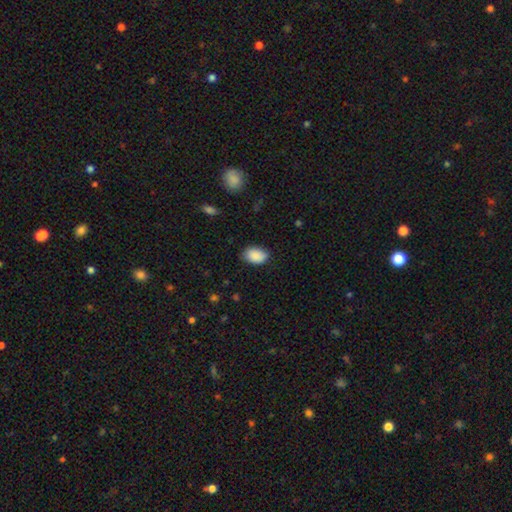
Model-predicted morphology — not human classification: A smooth galaxy with no disk features (89%) that is in between round and cigar-shaped (87%). Merging: none (81%).